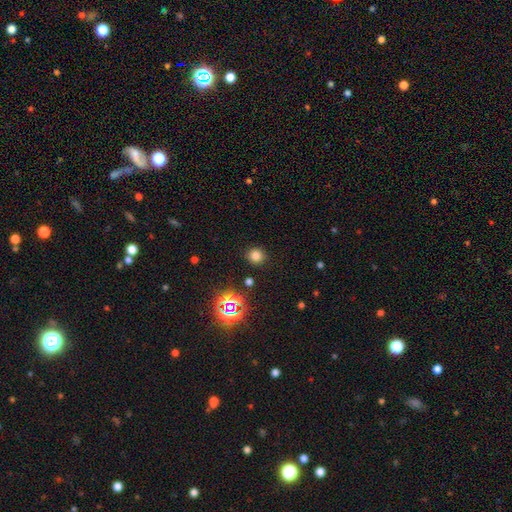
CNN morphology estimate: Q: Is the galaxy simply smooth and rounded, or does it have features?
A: smooth — 75%.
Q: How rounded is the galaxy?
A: round — 88%.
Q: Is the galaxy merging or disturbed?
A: none — 88%.